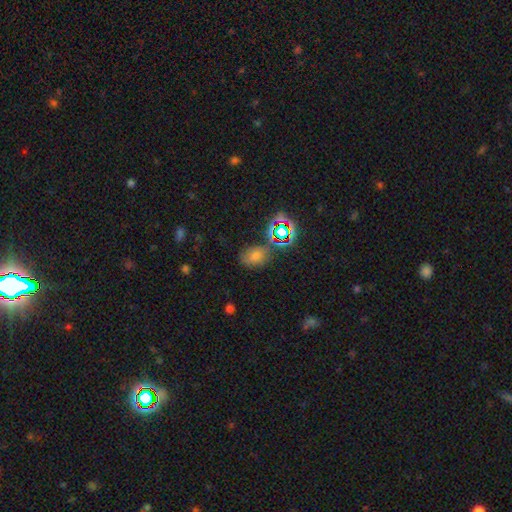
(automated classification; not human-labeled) Smooth or featured? Predicted: smooth (p=0.56). How rounded? Predicted: in between (p=0.71). Merging? Predicted: none (p=0.67).